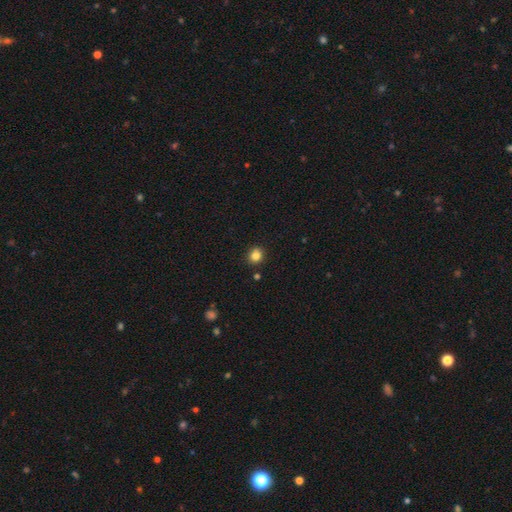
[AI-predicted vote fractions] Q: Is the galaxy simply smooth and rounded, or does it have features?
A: smooth — 83%.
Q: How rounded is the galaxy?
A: round — 82%.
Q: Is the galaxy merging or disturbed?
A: none — 89%.